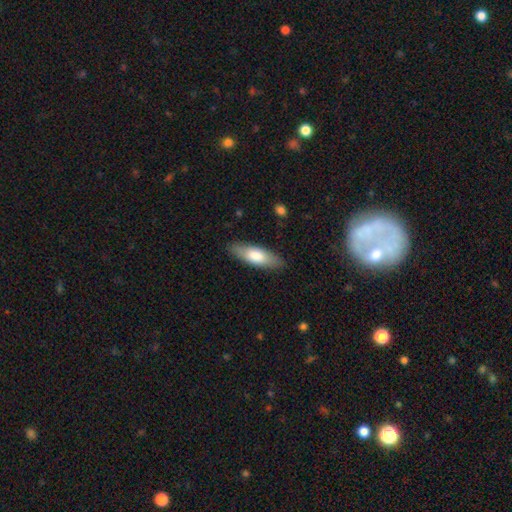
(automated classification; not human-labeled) smooth-or-featured: smooth: 74% | featured or disk: 21% | star or artifact: 5%
  how-rounded: in between: 61% | cigar-shaped: 37% | round: 2%
  merging: none: 86% | minor disturbance: 11% | major disturbance: 2% | merger: 1%